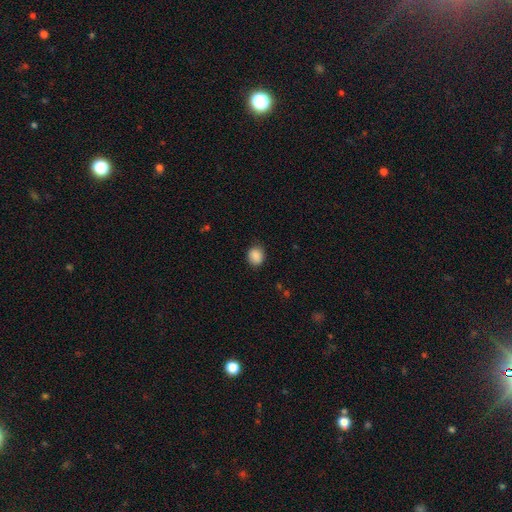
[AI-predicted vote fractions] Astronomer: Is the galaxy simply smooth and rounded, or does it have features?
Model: smooth — 88%.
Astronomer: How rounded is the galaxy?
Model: round — 60% (runner-up: in between, 39%).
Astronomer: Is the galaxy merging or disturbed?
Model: none — 84%.